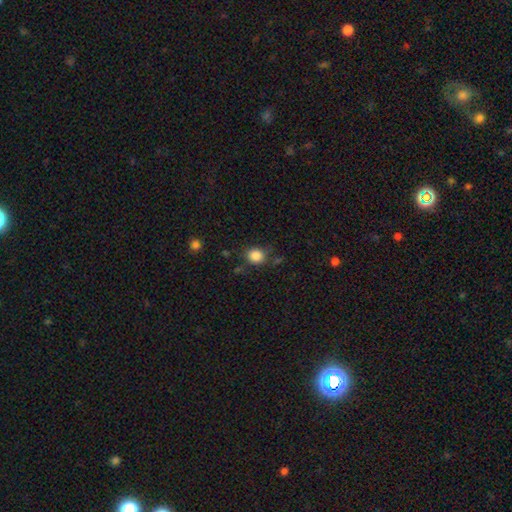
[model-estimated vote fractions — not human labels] smooth_or_featured: smooth (p=0.85) [alt: star or artifact p=0.10]
how_rounded: round (p=0.72) [alt: in between p=0.27]
merging: none (p=0.75) [alt: minor disturbance p=0.16]